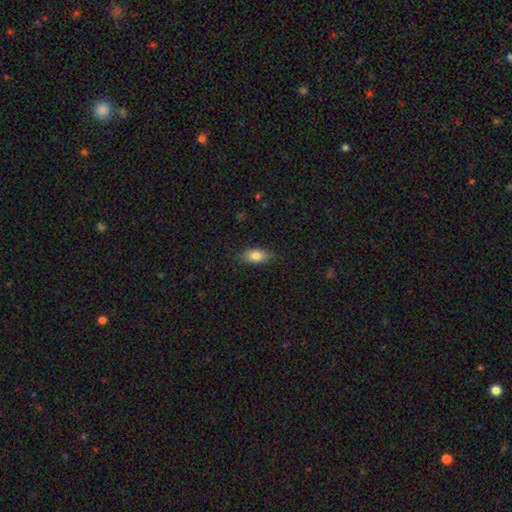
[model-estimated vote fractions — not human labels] smooth 81%, featured or disk 11%, star or artifact 8%. Down the decision tree: how rounded — in between (86%); merging — none (78%).